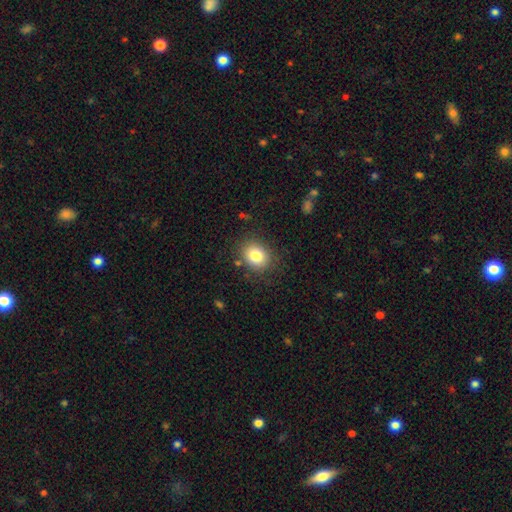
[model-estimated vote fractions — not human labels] Q: Smooth or featured?
A: smooth (81%); runner-up: star or artifact (10%)
Q: How rounded?
A: round (59%); runner-up: in between (40%)
Q: Merging?
A: none (83%); runner-up: minor disturbance (11%)